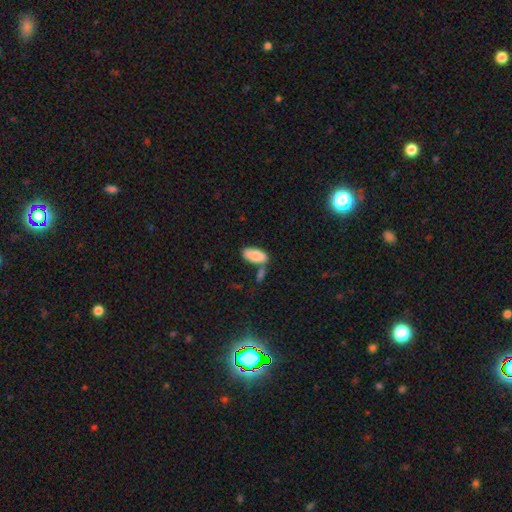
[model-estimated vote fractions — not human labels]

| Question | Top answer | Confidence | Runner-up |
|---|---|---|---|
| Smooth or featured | smooth | 85% | featured or disk (9%) |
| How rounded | in between | 93% | cigar-shaped (5%) |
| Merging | none | 60% | merger (19%) |